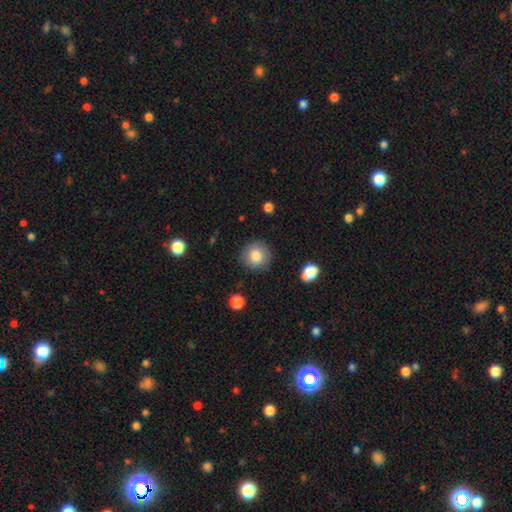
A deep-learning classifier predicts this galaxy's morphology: Overall: smooth (83%). How rounded: round (90%). Merging: none (85%).